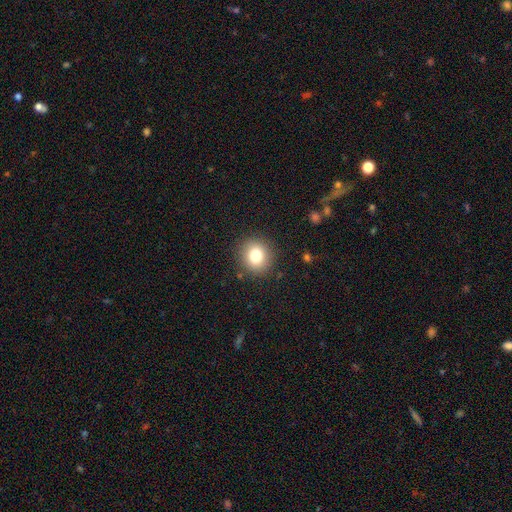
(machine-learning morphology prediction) Q: Smooth or featured?
A: smooth (81%); runner-up: star or artifact (11%)
Q: How rounded?
A: round (85%); runner-up: in between (14%)
Q: Merging?
A: none (89%); runner-up: minor disturbance (7%)